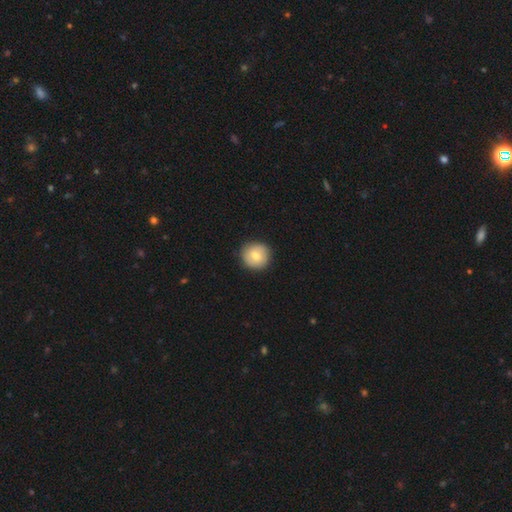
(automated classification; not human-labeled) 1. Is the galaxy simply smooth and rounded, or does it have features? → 68% smooth, 25% featured or disk, 7% star or artifact.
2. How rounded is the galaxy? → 92% round, 7% in between, 1% cigar-shaped.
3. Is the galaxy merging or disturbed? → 87% none, 10% minor disturbance, 2% major disturbance, 1% merger.